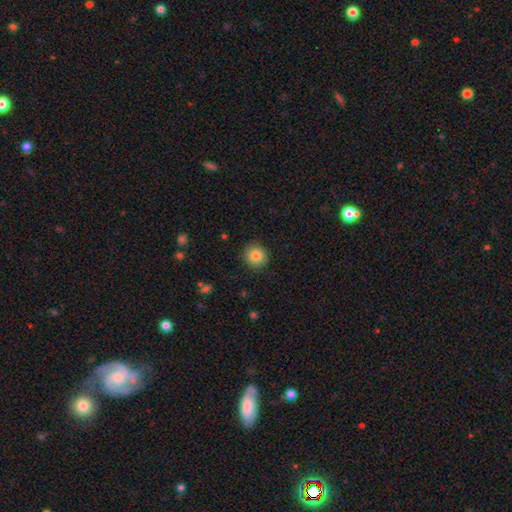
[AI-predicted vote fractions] smooth_or_featured: smooth (p=0.83) [alt: star or artifact p=0.10]
how_rounded: round (p=0.91) [alt: in between p=0.08]
merging: none (p=0.90) [alt: minor disturbance p=0.07]